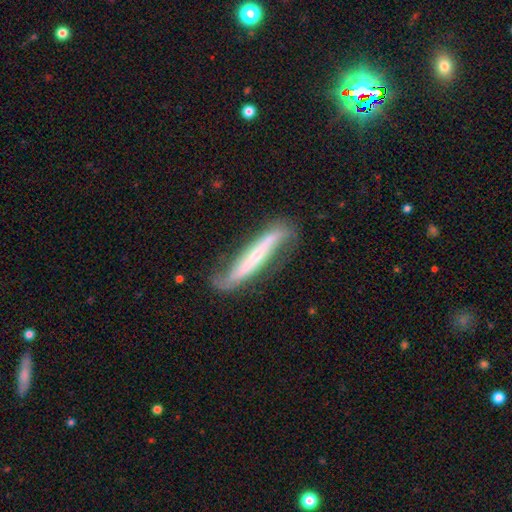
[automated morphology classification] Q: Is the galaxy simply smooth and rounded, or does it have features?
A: featured or disk — 72%.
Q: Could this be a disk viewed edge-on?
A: no — 51%.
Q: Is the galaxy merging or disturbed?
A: none — 62%.